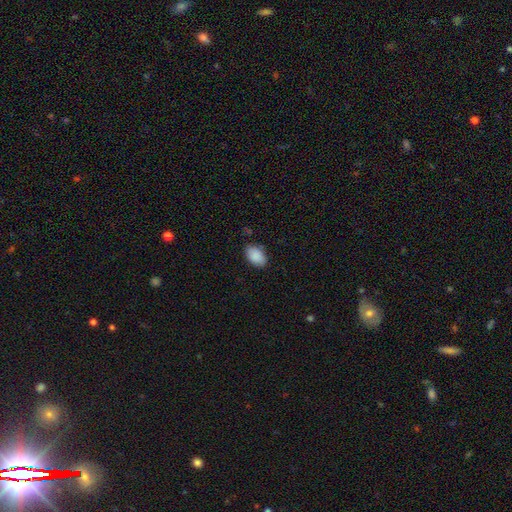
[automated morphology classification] smooth_or_featured: smooth (p=0.90) [alt: star or artifact p=0.07]
how_rounded: in between (p=0.91) [alt: round p=0.08]
merging: none (p=0.84) [alt: minor disturbance p=0.12]